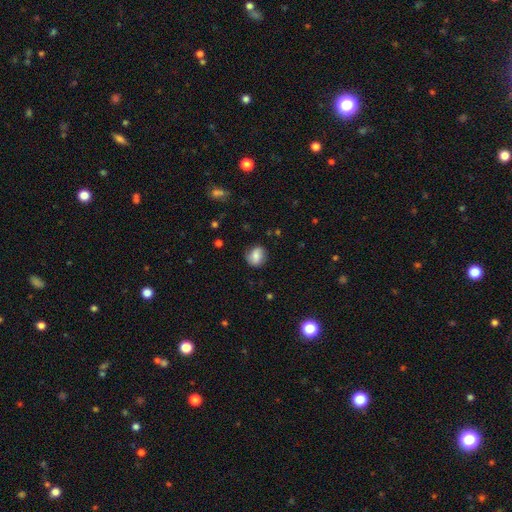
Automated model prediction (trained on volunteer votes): Overall: smooth (73%). How rounded: round (67%; in between 32%). Merging: none (80%).